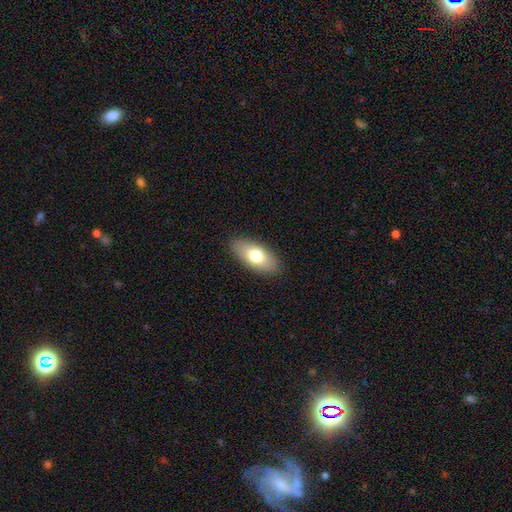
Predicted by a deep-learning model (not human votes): Q: Smooth or featured?
A: smooth (74%); runner-up: featured or disk (19%)
Q: How rounded?
A: in between (89%); runner-up: cigar-shaped (8%)
Q: Merging?
A: none (88%); runner-up: minor disturbance (9%)